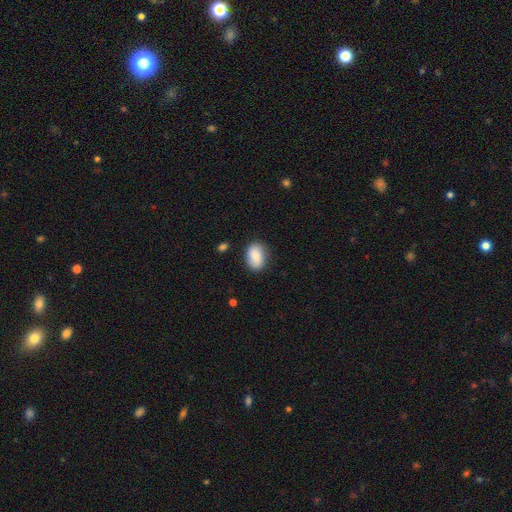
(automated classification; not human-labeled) smooth 82%, featured or disk 10%, star or artifact 7%. Down the decision tree: how rounded — in between (81%); merging — none (79%).